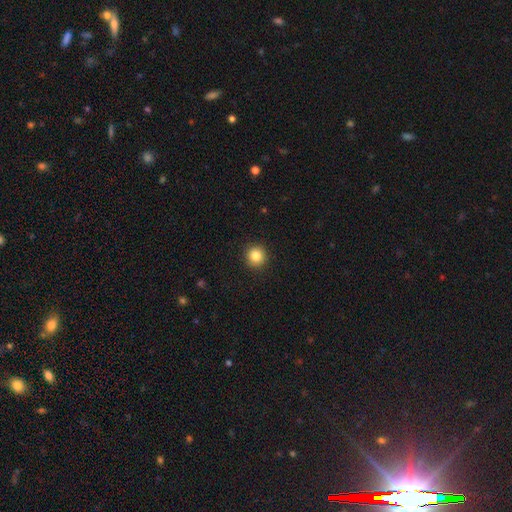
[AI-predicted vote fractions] smooth_or_featured: smooth (p=0.85) [alt: star or artifact p=0.10]
how_rounded: round (p=0.94) [alt: in between p=0.05]
merging: none (p=0.93) [alt: minor disturbance p=0.05]